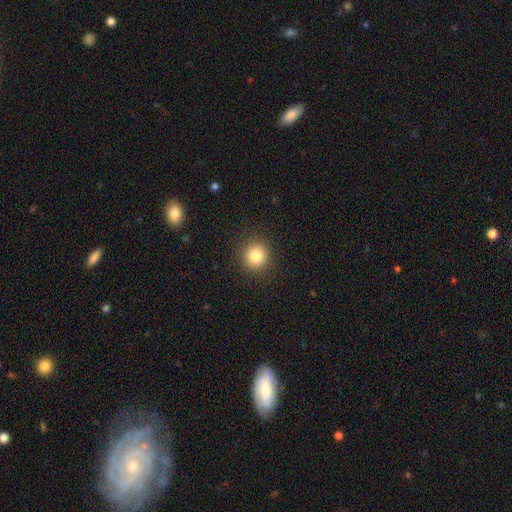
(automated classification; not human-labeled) smooth_or_featured: smooth (p=0.82) [alt: star or artifact p=0.11]
how_rounded: round (p=0.92) [alt: in between p=0.07]
merging: none (p=0.91) [alt: minor disturbance p=0.06]